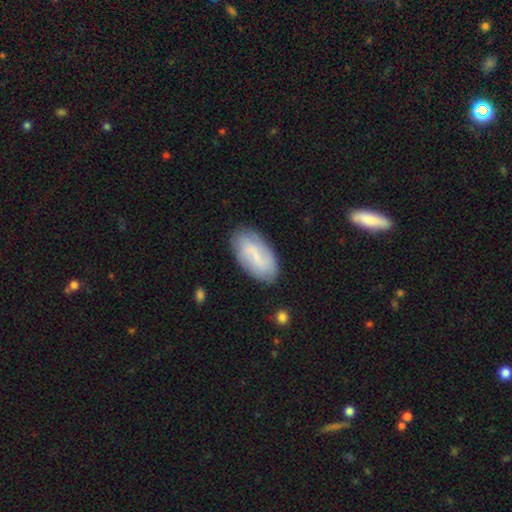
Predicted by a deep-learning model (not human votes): A smooth galaxy with no disk features (59%) that is in between round and cigar-shaped (93%). Merging: none (80%).